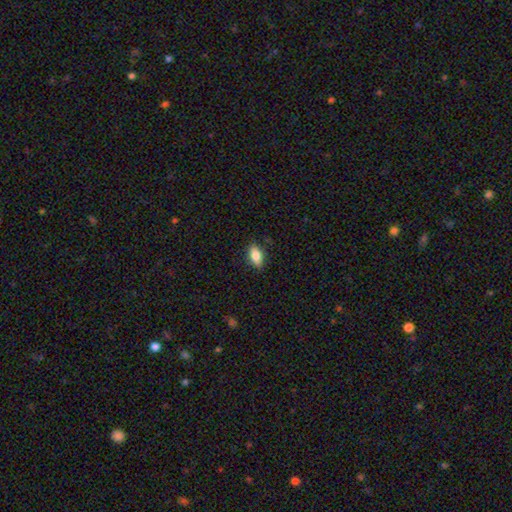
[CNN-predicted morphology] Smooth or featured?
  - smooth: 80% *
  - featured or disk: 12%
  - star or artifact: 7%
How rounded?
  - in between: 87% *
  - cigar-shaped: 8%
  - round: 5%
Merging?
  - none: 86% *
  - minor disturbance: 11%
  - major disturbance: 2%
  - merger: 1%